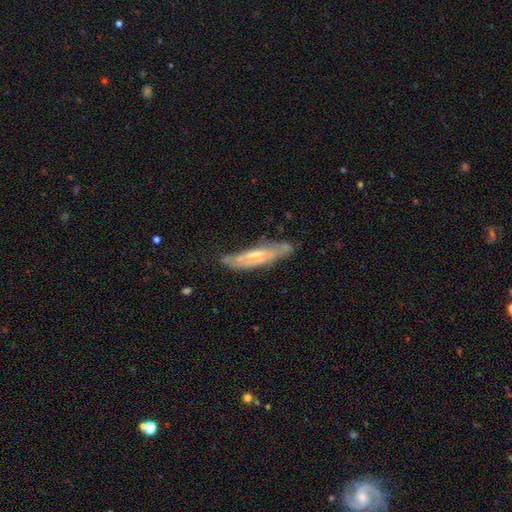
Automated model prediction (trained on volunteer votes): smooth-or-featured: featured or disk: 62% | smooth: 32% | star or artifact: 7%
  disk-edge-on: no: 54% | yes: 46%
  merging: none: 61% | minor disturbance: 27% | major disturbance: 9% | merger: 3%